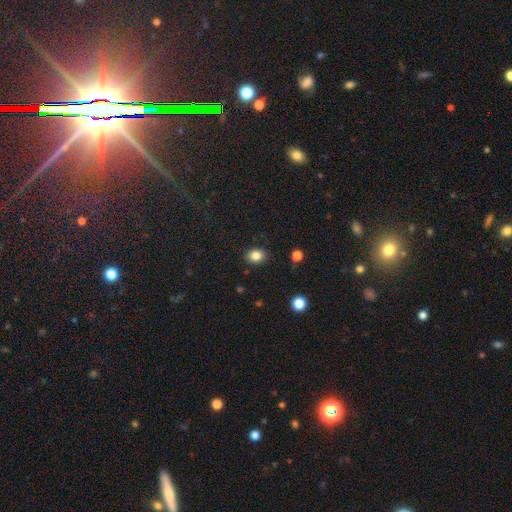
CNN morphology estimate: Q: Smooth or featured?
A: smooth (85%); runner-up: star or artifact (10%)
Q: How rounded?
A: in between (54%); runner-up: round (45%)
Q: Merging?
A: none (87%); runner-up: minor disturbance (9%)